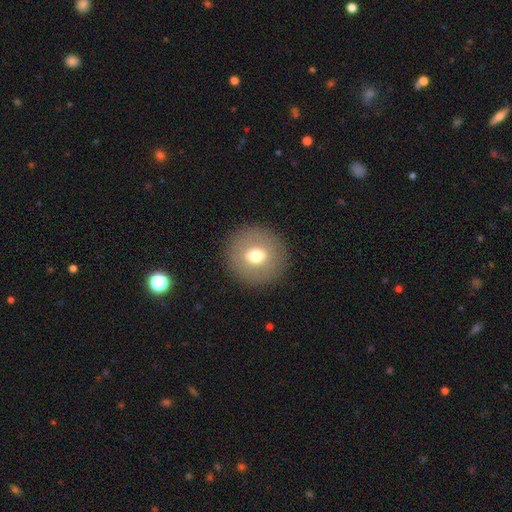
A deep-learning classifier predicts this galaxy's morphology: smooth-or-featured: smooth: 67% | featured or disk: 23% | star or artifact: 10%
  how-rounded: round: 92% | in between: 7% | cigar-shaped: 1%
  merging: none: 90% | minor disturbance: 6% | major disturbance: 3% | merger: 1%